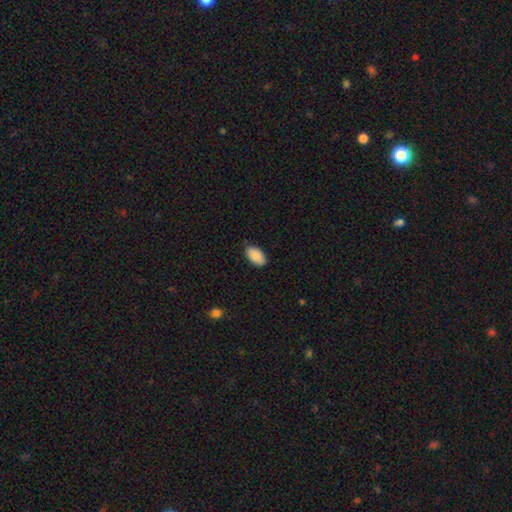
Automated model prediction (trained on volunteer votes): This appears to be a smooth galaxy with no disk features (88%) that is in between round and cigar-shaped (95%). Merging: none (82%).